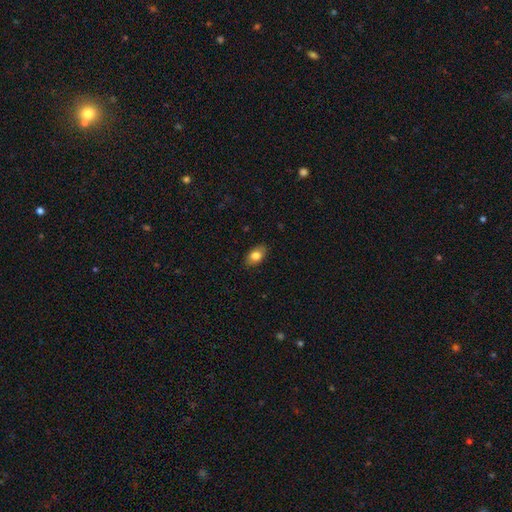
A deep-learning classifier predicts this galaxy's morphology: This appears to be a smooth galaxy with no disk features (81%) that is in between round and cigar-shaped (90%). Merging: none (86%).